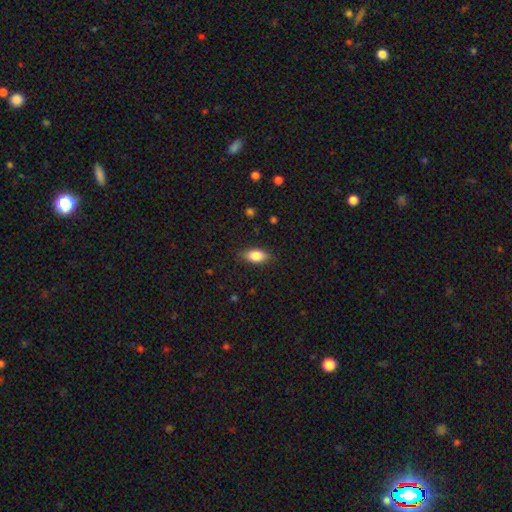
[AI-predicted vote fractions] smooth_or_featured: smooth (p=0.84) [alt: featured or disk p=0.09]
how_rounded: in between (p=0.88) [alt: cigar-shaped p=0.07]
merging: none (p=0.84) [alt: minor disturbance p=0.12]